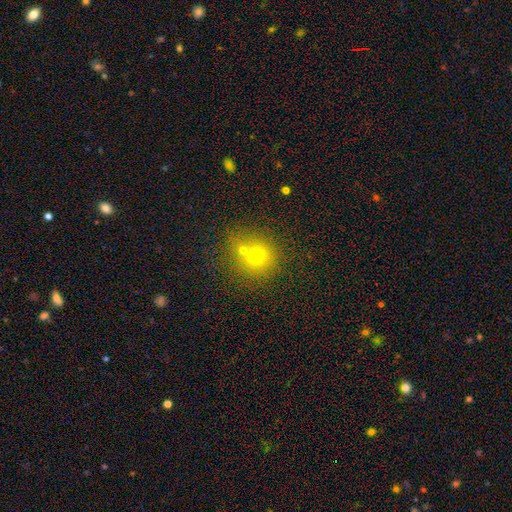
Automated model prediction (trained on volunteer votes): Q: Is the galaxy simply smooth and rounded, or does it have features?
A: smooth — 67%.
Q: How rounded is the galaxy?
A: round — 90%.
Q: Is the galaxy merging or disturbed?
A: none — 55%.